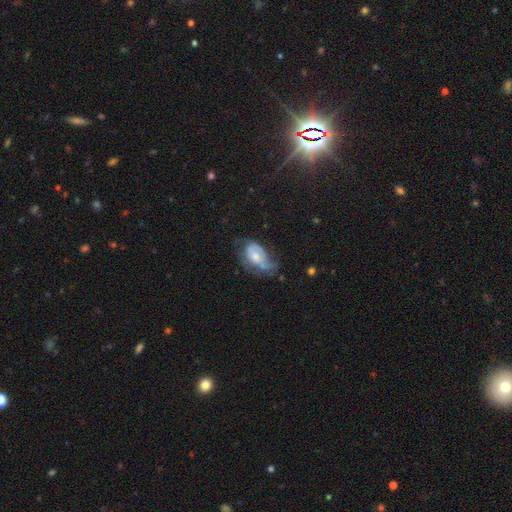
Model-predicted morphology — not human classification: The model was most divided on "merging": major disturbance: 40%, minor disturbance: 29%, none: 26%, merger: 5%. More confident: edge-on disk — no (95%); smooth or featured — featured or disk (52%).